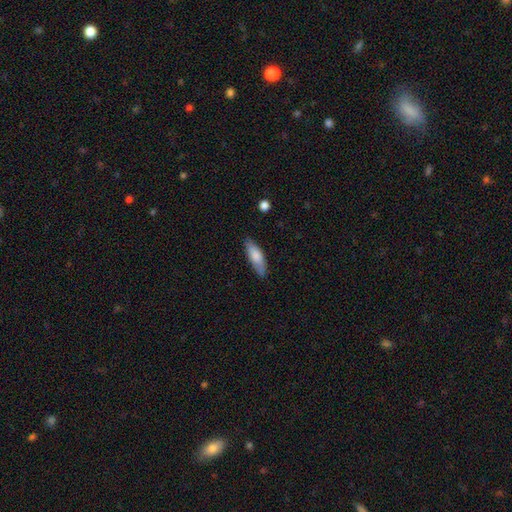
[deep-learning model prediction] The model was most divided on "how rounded": in between: 55%, cigar-shaped: 44%, round: 2%. More confident: smooth or featured — smooth (79%); merging — none (78%).